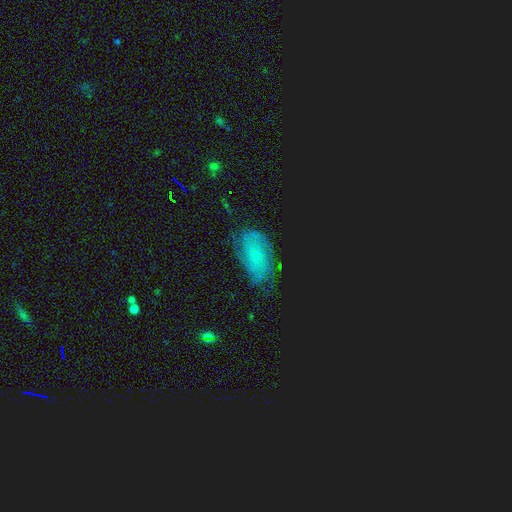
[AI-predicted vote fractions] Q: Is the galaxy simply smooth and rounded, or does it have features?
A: featured or disk — 44%.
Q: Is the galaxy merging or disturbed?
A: none — 70%.